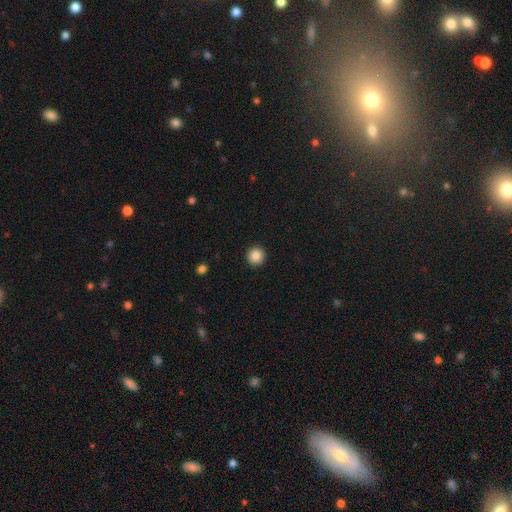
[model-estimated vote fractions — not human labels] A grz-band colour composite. It shows a smooth galaxy with no disk features (87%) that is round (95%). Merging: none (93%).